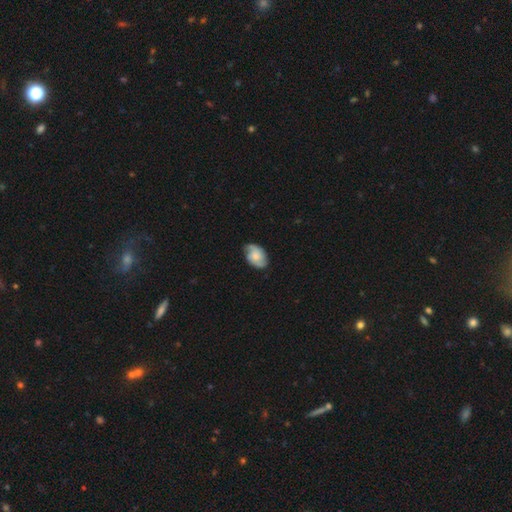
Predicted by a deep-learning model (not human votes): Smooth or featured? featured or disk (56%)
Edge-on disk? no (96%)
Bar? no (70%)
Spiral arms? yes (90%)
Bulge size? small (42%)
Merging? none (72%)